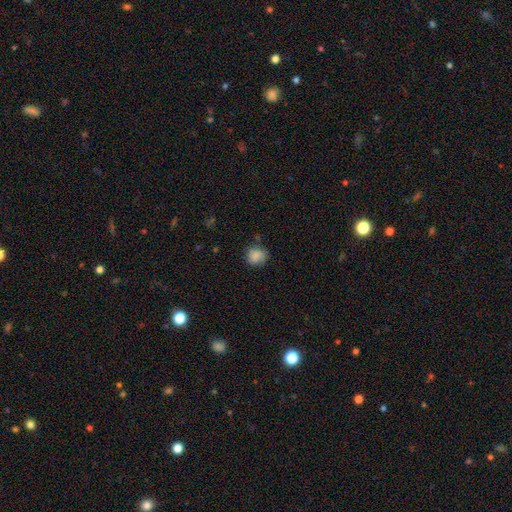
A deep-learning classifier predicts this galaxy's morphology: Smooth or featured? Predicted: smooth (p=0.85). How rounded? Predicted: round (p=0.81). Merging? Predicted: none (p=0.71).